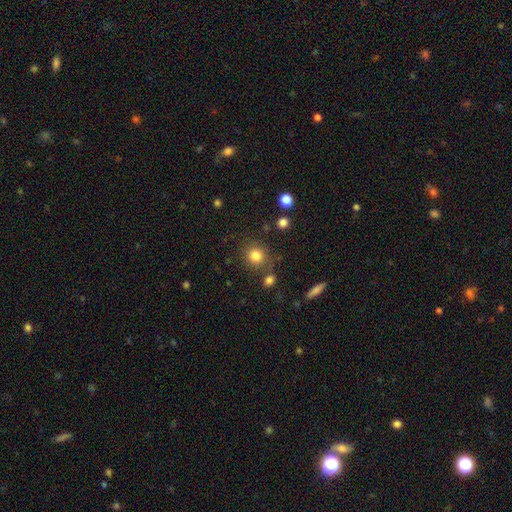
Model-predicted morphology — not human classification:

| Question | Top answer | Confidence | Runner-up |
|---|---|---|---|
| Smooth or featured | smooth | 82% | star or artifact (12%) |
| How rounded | round | 87% | in between (12%) |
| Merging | none | 78% | minor disturbance (10%) |